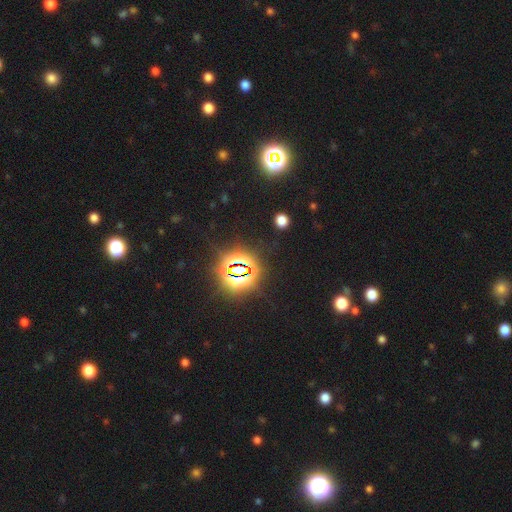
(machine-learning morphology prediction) smooth_or_featured: star or artifact (p=0.79) [alt: smooth p=0.13]